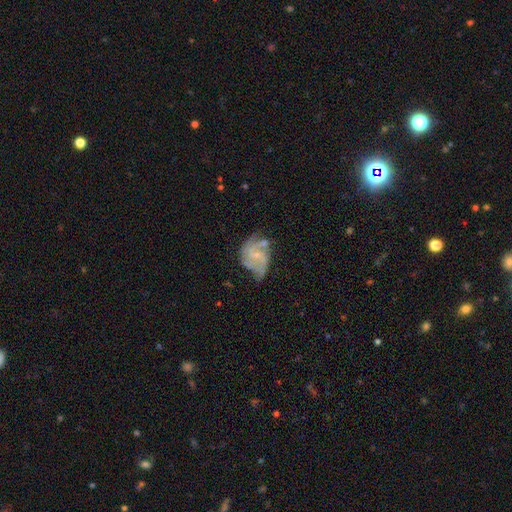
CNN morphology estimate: type=featured or disk (80%); edge-on=no (98%); bar=no (58%); spiral arms=yes (92%); winding=medium (47%); arm count=3 (34%); bulge=small (70%); merging=none (45%).